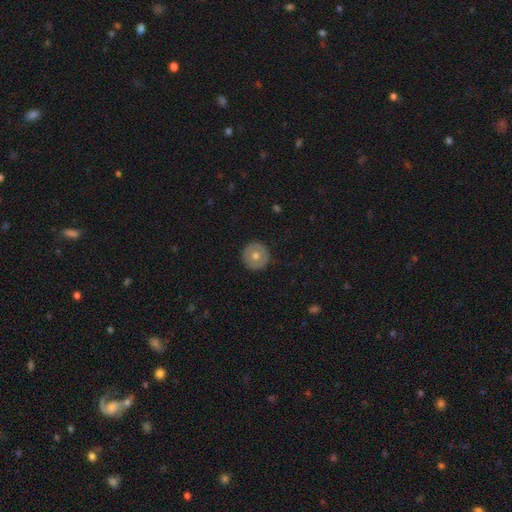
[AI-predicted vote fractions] Smooth or featured? Predicted: smooth (p=0.61). How rounded? Predicted: round (p=0.96). Merging? Predicted: none (p=0.91).